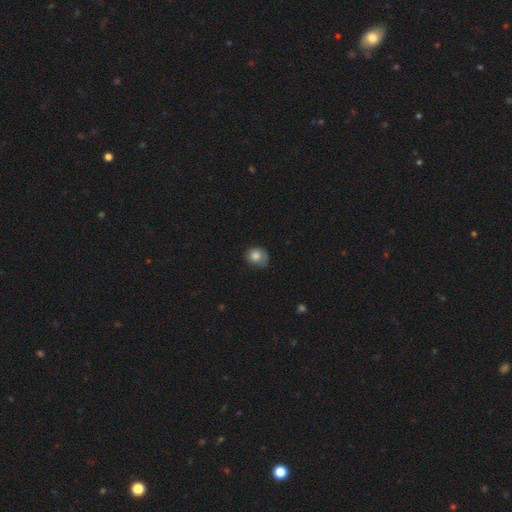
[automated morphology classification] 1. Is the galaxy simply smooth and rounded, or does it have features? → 80% smooth, 11% featured or disk, 9% star or artifact.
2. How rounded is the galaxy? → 68% round, 31% in between, 1% cigar-shaped.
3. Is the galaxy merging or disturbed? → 53% none, 33% minor disturbance, 12% major disturbance, 2% merger.